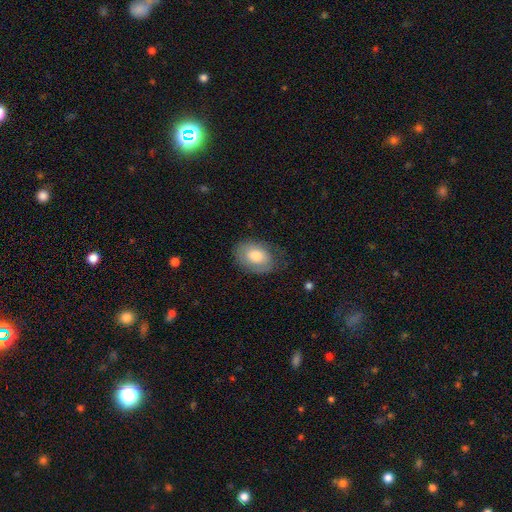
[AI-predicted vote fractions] Morphology: type=smooth (73%); roundness=in between (83%); merging=none (70%).